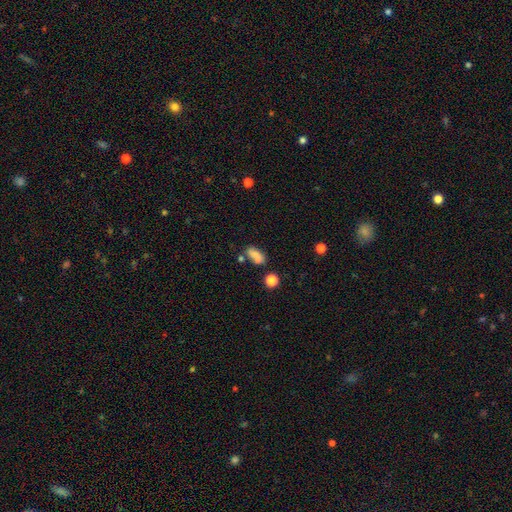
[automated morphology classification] Smooth or featured? Predicted: smooth (p=0.72). How rounded? Predicted: in between (p=0.81). Merging? Predicted: none (p=0.53).